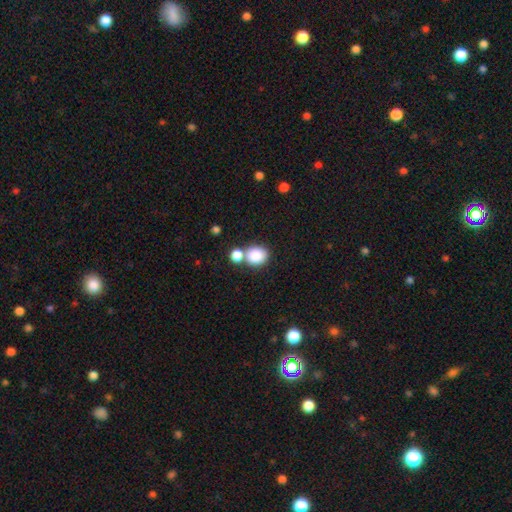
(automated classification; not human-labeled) This appears to be a smooth galaxy with no disk features (85%) that is round (71%). Merging: none (52%).